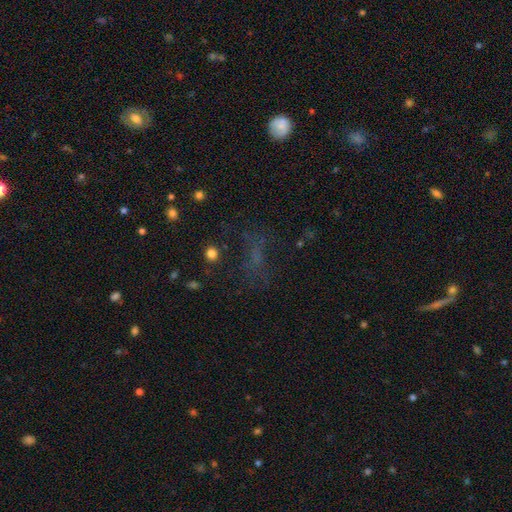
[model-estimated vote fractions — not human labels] Smooth or featured? star or artifact (41%)